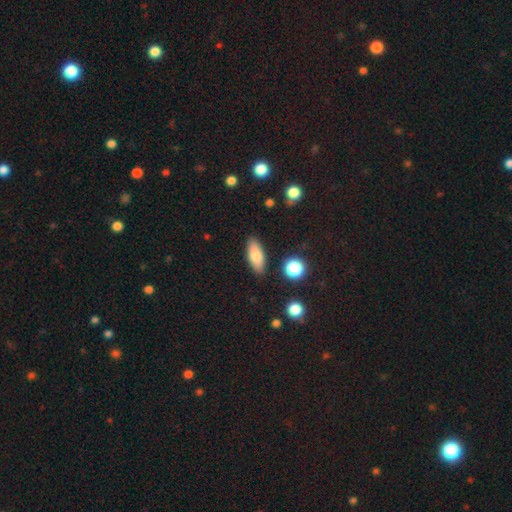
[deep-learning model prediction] smooth_or_featured: smooth (p=0.79) [alt: featured or disk p=0.14]
how_rounded: in between (p=0.76) [alt: cigar-shaped p=0.21]
merging: none (p=0.86) [alt: minor disturbance p=0.09]